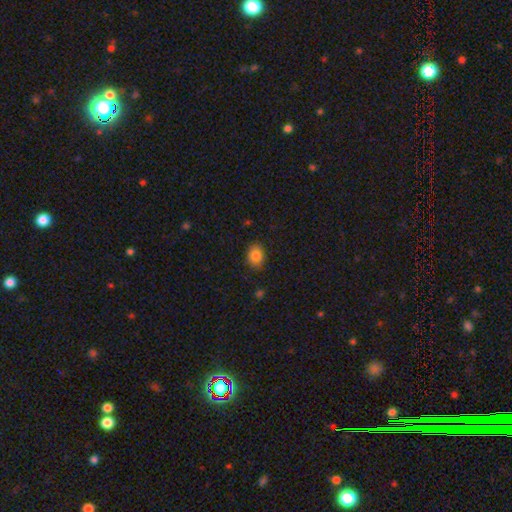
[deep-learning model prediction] A smooth galaxy with no disk features (84%) that is in between round and cigar-shaped (60%).

Vote fractions:
- Smooth or featured? smooth: 84% / star or artifact: 9% / featured or disk: 7%
- How rounded? in between: 60% / round: 39% / cigar-shaped: 1%
- Merging? none: 84% / minor disturbance: 12% / major disturbance: 2% / merger: 1%